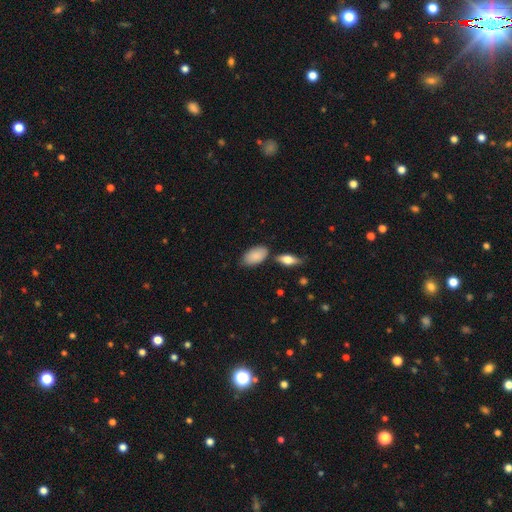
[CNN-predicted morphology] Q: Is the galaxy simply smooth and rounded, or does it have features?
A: smooth — 87%.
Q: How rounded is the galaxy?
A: in between — 94%.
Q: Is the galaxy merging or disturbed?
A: none — 68%.